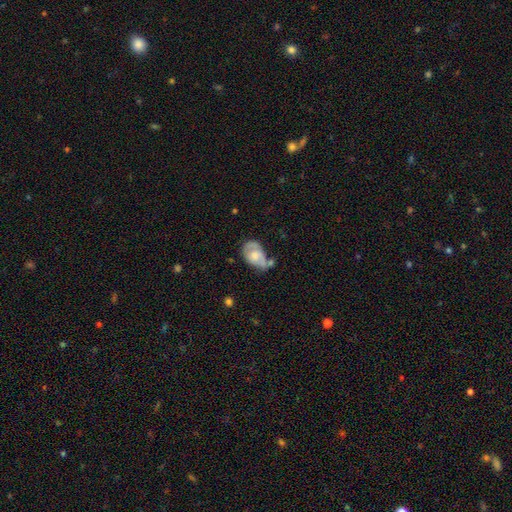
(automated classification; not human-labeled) A smooth galaxy with no disk features (52%) that is in between round and cigar-shaped (86%). Merging: minor disturbance (32%).